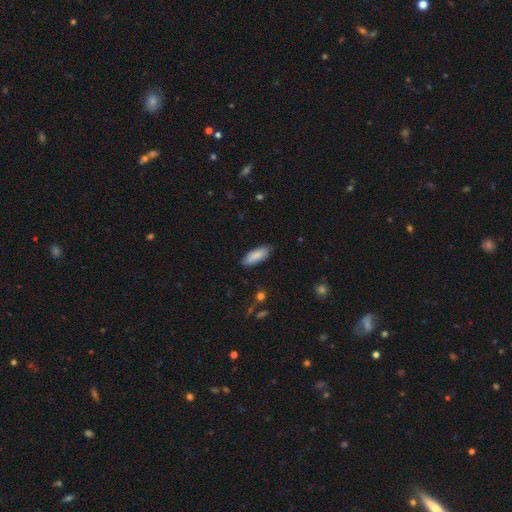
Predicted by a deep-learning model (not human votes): Smooth or featured: smooth — 86% (featured or disk — 8%)
How rounded: in between — 74% (cigar-shaped — 24%)
Merging: none — 83% (minor disturbance — 13%)